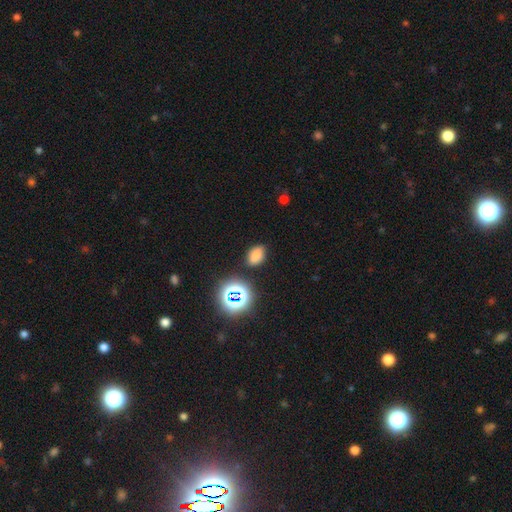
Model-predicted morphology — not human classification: type=smooth (74%); roundness=in between (83%); merging=none (82%).